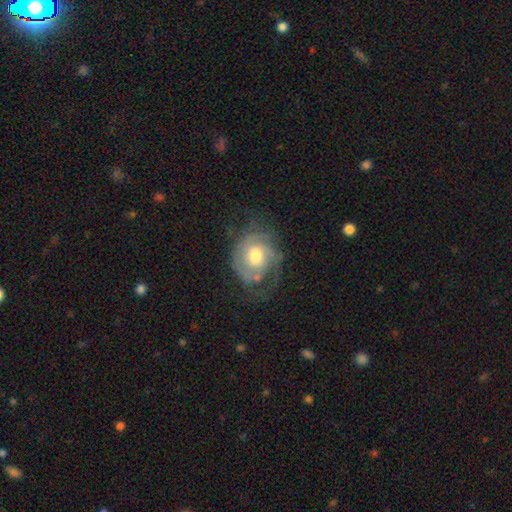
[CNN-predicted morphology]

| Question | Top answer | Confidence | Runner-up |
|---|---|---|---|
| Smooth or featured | featured or disk | 77% | smooth (17%) |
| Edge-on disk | no | 97% | yes (3%) |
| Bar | no | 70% | weak (26%) |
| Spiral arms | yes | 89% | no (11%) |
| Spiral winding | tight | 54% | medium (34%) |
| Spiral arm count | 2 | 38% | can't tell (31%) |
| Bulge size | moderate | 68% | large (16%) |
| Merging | none | 56% | minor disturbance (23%) |